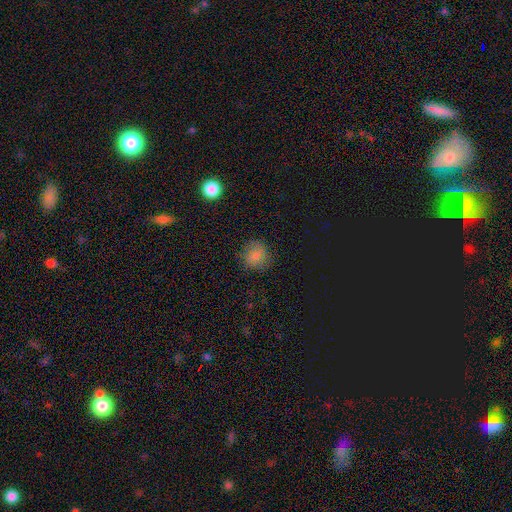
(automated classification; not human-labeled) smooth_or_featured: smooth (p=0.82) [alt: star or artifact p=0.11]
how_rounded: round (p=0.85) [alt: in between p=0.14]
merging: none (p=0.83) [alt: minor disturbance p=0.12]